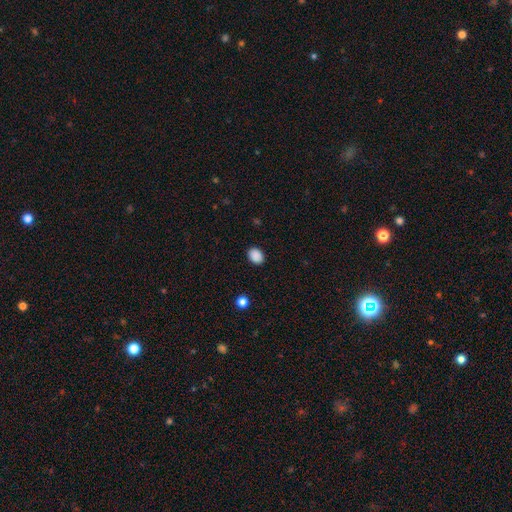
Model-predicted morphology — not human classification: Q: Smooth or featured?
A: smooth (89%); runner-up: star or artifact (9%)
Q: How rounded?
A: in between (65%); runner-up: round (34%)
Q: Merging?
A: none (89%); runner-up: minor disturbance (7%)